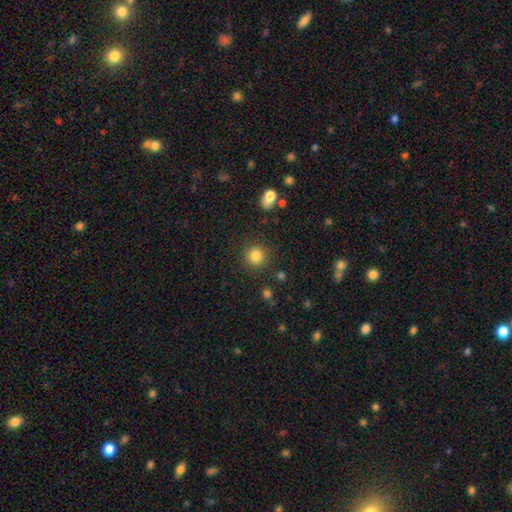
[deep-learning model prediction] Morphology: type=smooth (84%); roundness=round (93%); merging=none (88%).